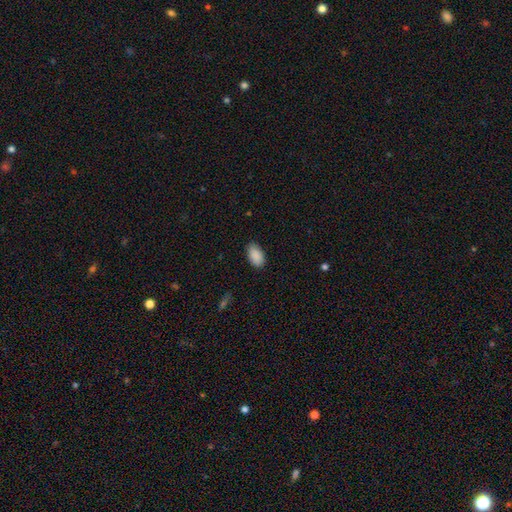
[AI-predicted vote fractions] Smooth or featured: smooth — 90% (star or artifact — 7%)
How rounded: in between — 94% (round — 4%)
Merging: none — 84% (minor disturbance — 12%)